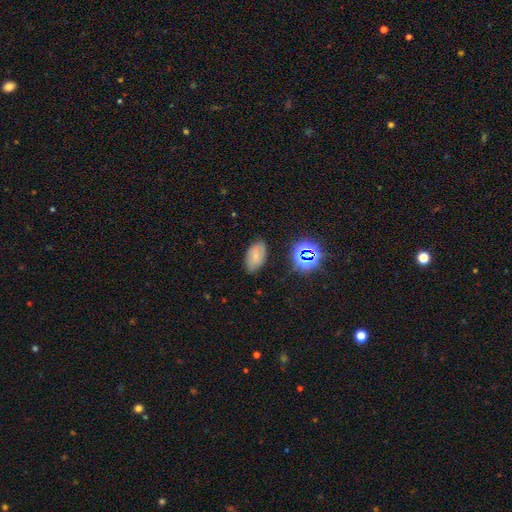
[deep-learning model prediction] Smooth or featured?
  - smooth: 61% *
  - featured or disk: 22%
  - star or artifact: 17%
How rounded?
  - in between: 91% *
  - round: 7%
  - cigar-shaped: 2%
Merging?
  - none: 77% *
  - minor disturbance: 17%
  - major disturbance: 4%
  - merger: 2%